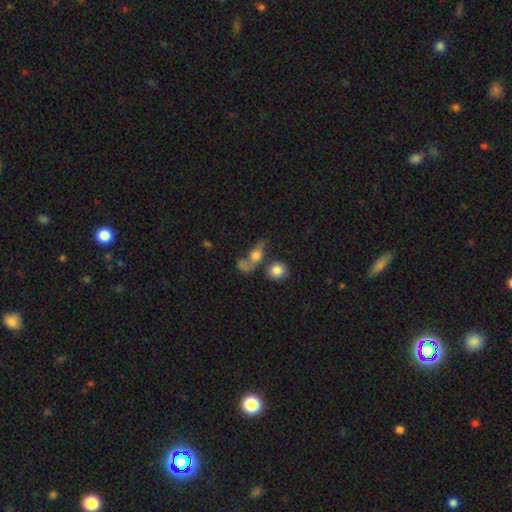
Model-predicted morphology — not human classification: Smooth or featured: smooth — 63% (featured or disk — 24%)
How rounded: in between — 57% (round — 34%)
Merging: none — 34% (merger — 33%)